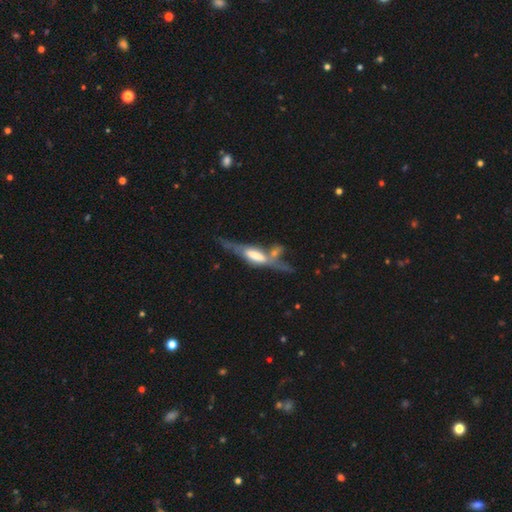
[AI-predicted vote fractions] featured or disk 61%, smooth 33%, star or artifact 7%. Down the decision tree: edge-on disk — yes (65%); merging — none (29%, tied with merger).